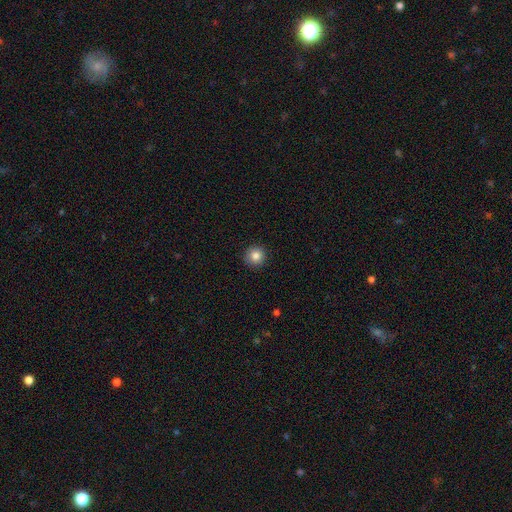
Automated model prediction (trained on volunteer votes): Morphology: type=smooth (84%); roundness=round (96%); merging=none (92%).